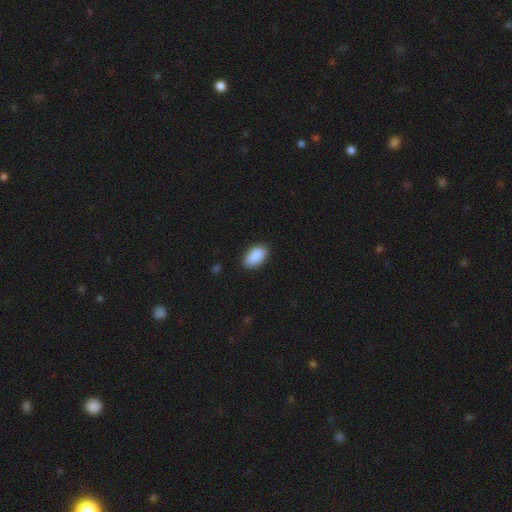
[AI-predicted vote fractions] Smooth or featured? Predicted: smooth (p=0.90). How rounded? Predicted: in between (p=0.94). Merging? Predicted: none (p=0.81).